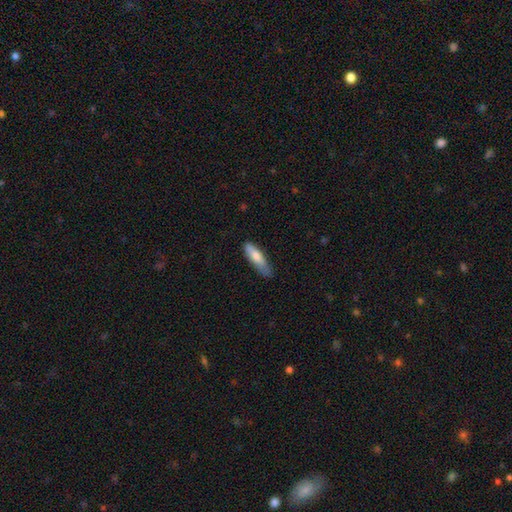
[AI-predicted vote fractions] The model was most divided on "how rounded": cigar-shaped: 65%, in between: 34%, round: 1%. More confident: smooth or featured — smooth (74%); merging — none (70%).